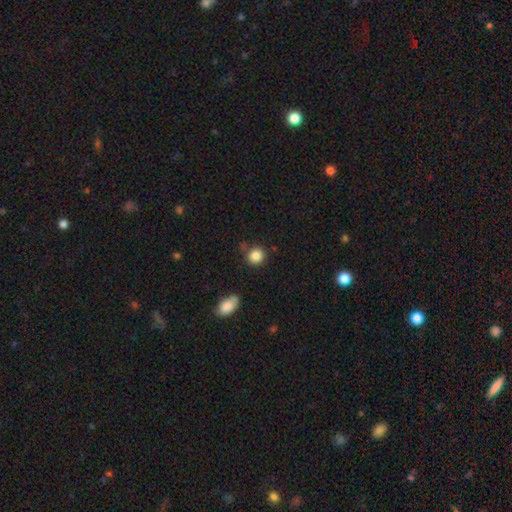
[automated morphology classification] Smooth or featured?
  - smooth: 86% *
  - star or artifact: 10%
  - featured or disk: 4%
How rounded?
  - round: 88% *
  - in between: 11%
  - cigar-shaped: 1%
Merging?
  - none: 79% *
  - minor disturbance: 12%
  - merger: 6%
  - major disturbance: 3%